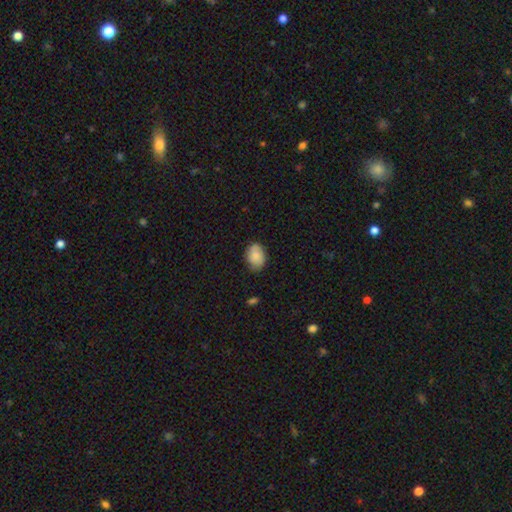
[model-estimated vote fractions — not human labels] smooth_or_featured: smooth (p=0.84) [alt: featured or disk p=0.09]
how_rounded: in between (p=0.70) [alt: round p=0.28]
merging: none (p=0.77) [alt: minor disturbance p=0.19]